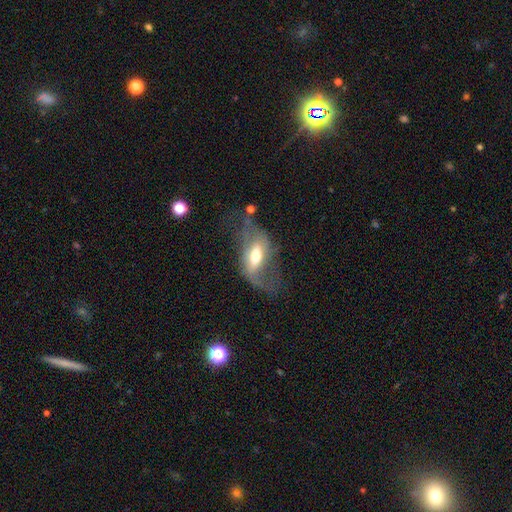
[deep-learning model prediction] Smooth or featured? featured or disk (58%)
Edge-on disk? no (82%)
Merging? major disturbance (40%)